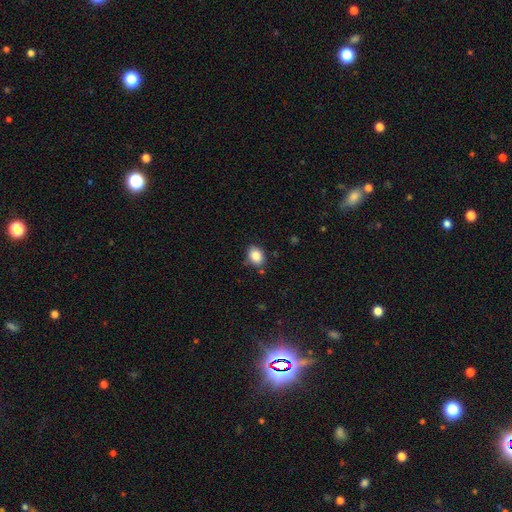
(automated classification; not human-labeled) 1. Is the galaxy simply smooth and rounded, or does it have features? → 86% smooth, 9% star or artifact, 5% featured or disk.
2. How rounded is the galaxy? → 65% in between, 34% round, 1% cigar-shaped.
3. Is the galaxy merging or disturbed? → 81% none, 13% minor disturbance, 3% major disturbance, 3% merger.